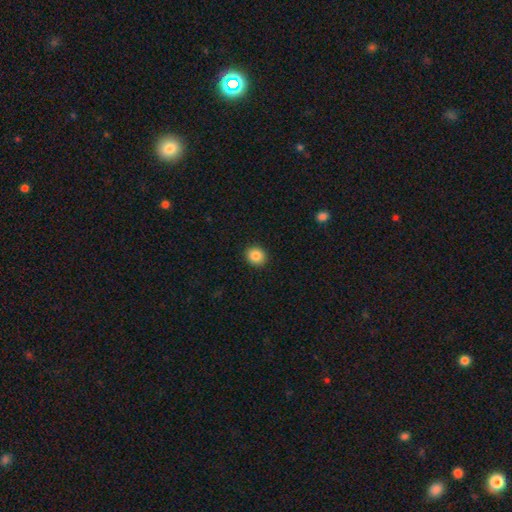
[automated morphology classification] Smooth or featured? Predicted: smooth (p=0.86). How rounded? Predicted: round (p=0.74). Merging? Predicted: none (p=0.91).